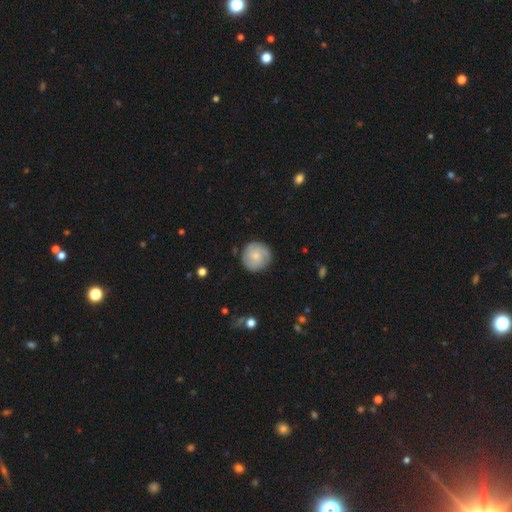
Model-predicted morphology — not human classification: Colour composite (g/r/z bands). It shows a featured or disk galaxy (50%). Merging: none (84%).